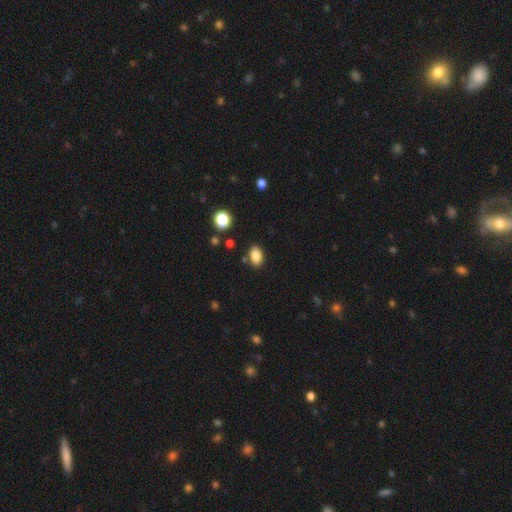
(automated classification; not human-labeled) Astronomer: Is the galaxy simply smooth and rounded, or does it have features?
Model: smooth — 86%.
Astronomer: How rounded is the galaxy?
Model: in between — 88%.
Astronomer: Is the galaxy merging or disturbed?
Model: none — 84%.